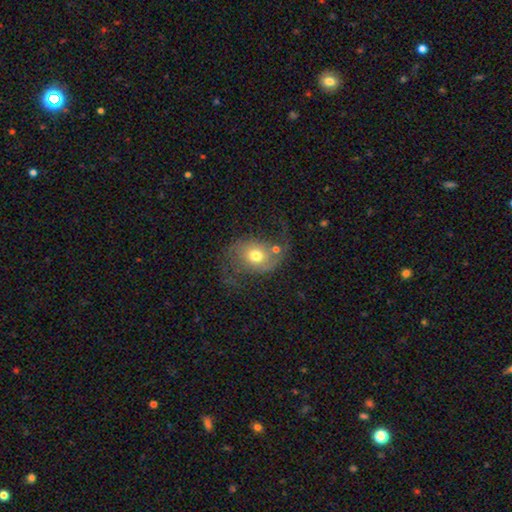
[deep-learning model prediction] Overall: featured or disk (68%). Edge-on disk: no (97%). Bar: no (70%). Spiral arms: yes (84%). Spiral arm count: 2 (87%). Spiral winding: loose (70%). Bulge size: moderate (72%). Merging: none (47%; major disturbance 27%).